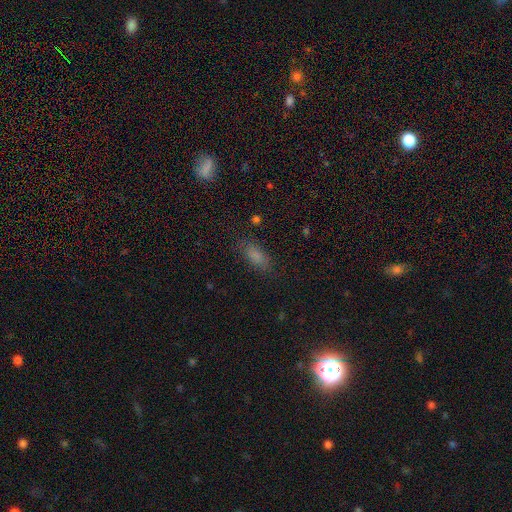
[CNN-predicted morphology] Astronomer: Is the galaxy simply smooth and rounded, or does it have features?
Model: smooth — 77%.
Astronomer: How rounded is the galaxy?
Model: in between — 78%.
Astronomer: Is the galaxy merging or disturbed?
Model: none — 80%.